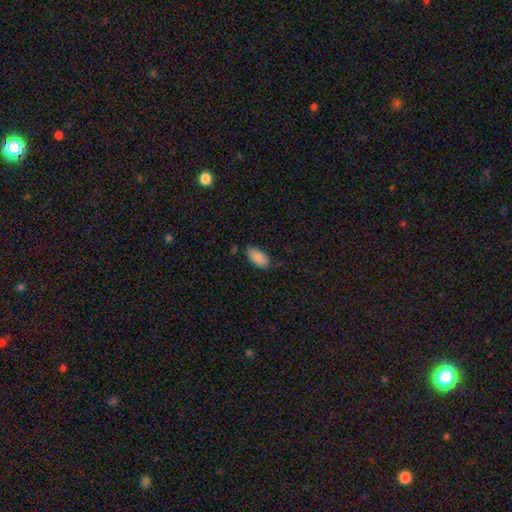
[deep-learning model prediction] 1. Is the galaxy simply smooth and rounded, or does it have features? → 89% smooth, 7% star or artifact, 4% featured or disk.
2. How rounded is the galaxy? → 93% in between, 5% cigar-shaped, 2% round.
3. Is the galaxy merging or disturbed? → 74% none, 20% minor disturbance, 4% major disturbance, 2% merger.